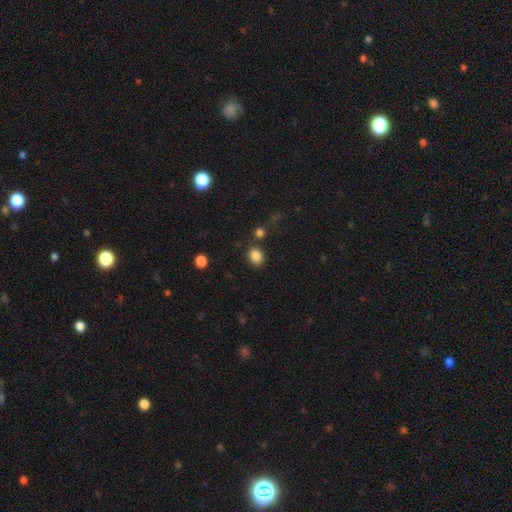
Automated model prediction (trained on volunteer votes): The model was most divided on "how rounded": round: 61%, in between: 38%, cigar-shaped: 1%. More confident: smooth or featured — smooth (85%); merging — none (82%).